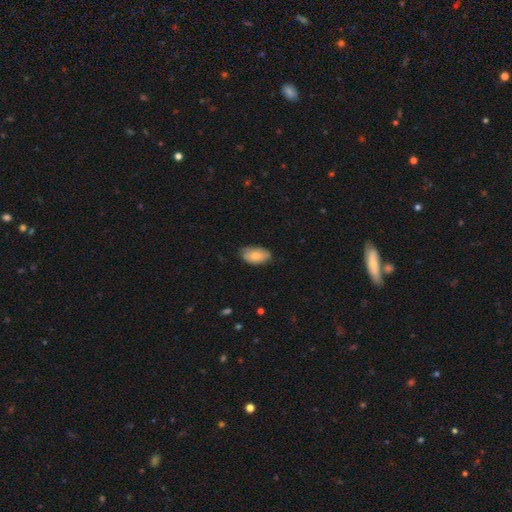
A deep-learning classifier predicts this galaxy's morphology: type=smooth (77%); roundness=in between (94%); merging=none (68%).